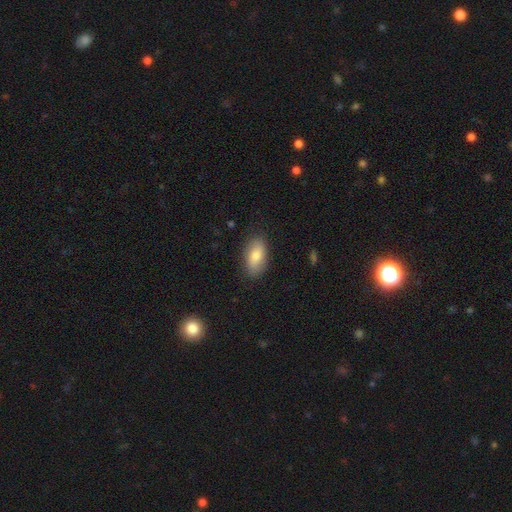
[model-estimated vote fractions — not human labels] smooth 77%, featured or disk 17%, star or artifact 7%. Down the decision tree: how rounded — in between (92%); merging — none (85%).